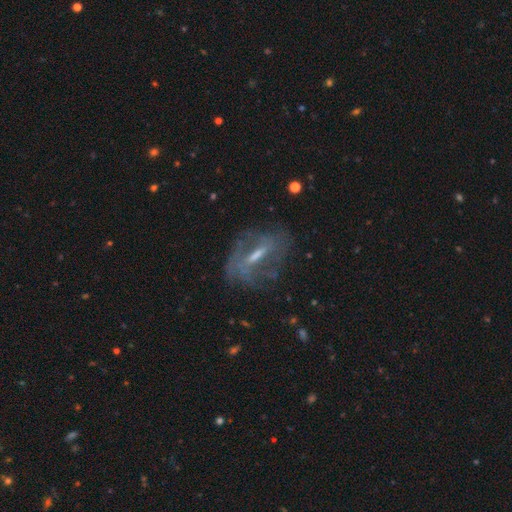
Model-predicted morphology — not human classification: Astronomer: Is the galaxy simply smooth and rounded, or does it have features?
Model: featured or disk — 71%.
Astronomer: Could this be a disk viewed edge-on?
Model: no — 82%.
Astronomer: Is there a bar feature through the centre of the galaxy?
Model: strong — 44% (runner-up: weak, 39%).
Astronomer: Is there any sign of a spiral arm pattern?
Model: yes — 64%.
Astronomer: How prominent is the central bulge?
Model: moderate — 42% (runner-up: small, 39%).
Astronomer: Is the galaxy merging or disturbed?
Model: none — 63%.